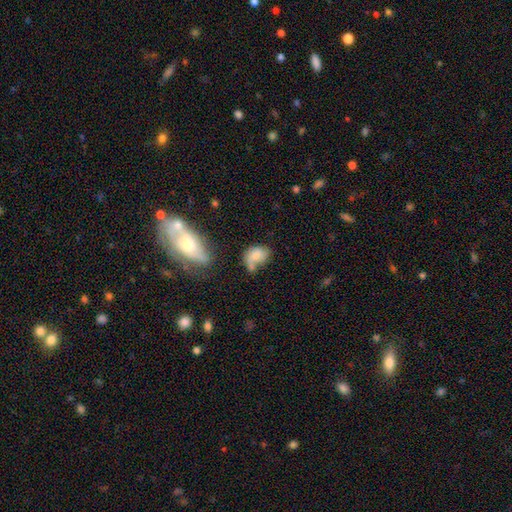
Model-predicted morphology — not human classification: A smooth galaxy with no disk features (68%) that is in between round and cigar-shaped (76%).

Vote fractions:
- Smooth or featured? smooth: 68% / featured or disk: 22% / star or artifact: 10%
- How rounded? in between: 76% / round: 22% / cigar-shaped: 2%
- Merging? none: 32% / merger: 25% / minor disturbance: 25% / major disturbance: 18%